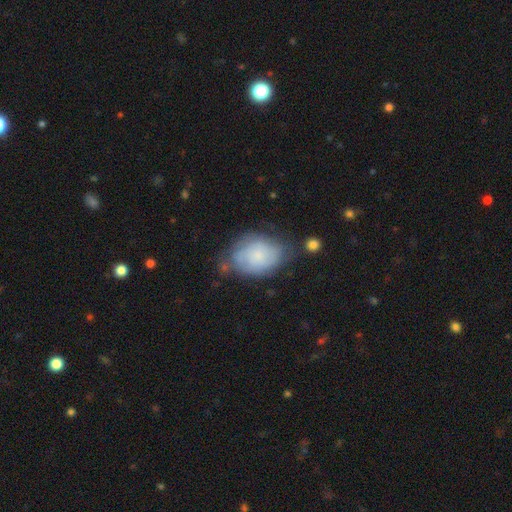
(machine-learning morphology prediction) Q: Smooth or featured?
A: smooth (52%); runner-up: featured or disk (40%)
Q: How rounded?
A: in between (73%); runner-up: round (26%)
Q: Merging?
A: none (50%); runner-up: minor disturbance (31%)